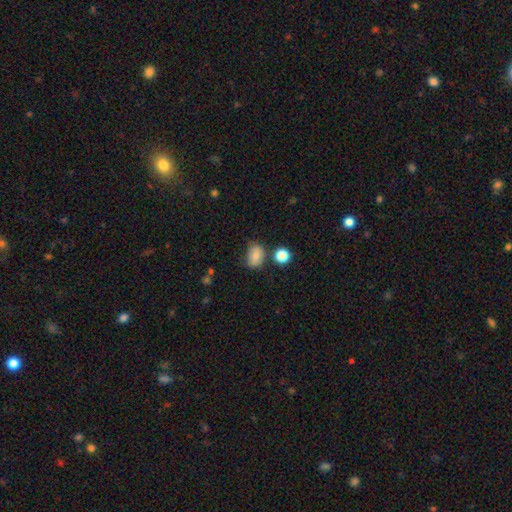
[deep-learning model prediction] Morphology: type=smooth (77%); roundness=in between (65%); merging=none (63%).